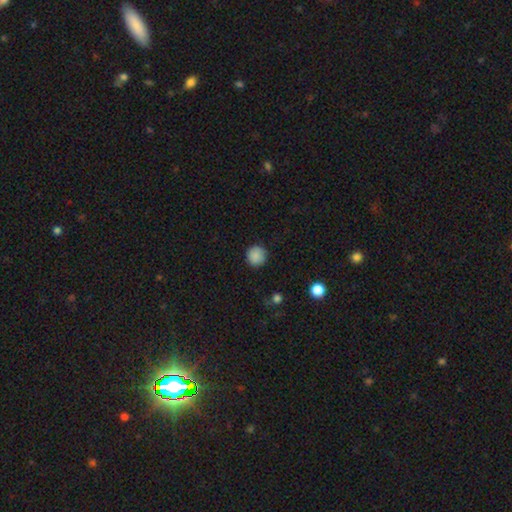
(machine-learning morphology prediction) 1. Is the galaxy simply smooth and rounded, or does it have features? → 87% smooth, 10% star or artifact, 3% featured or disk.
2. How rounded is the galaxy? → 94% round, 5% in between, 1% cigar-shaped.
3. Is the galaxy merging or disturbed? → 88% none, 9% minor disturbance, 2% major disturbance, 1% merger.